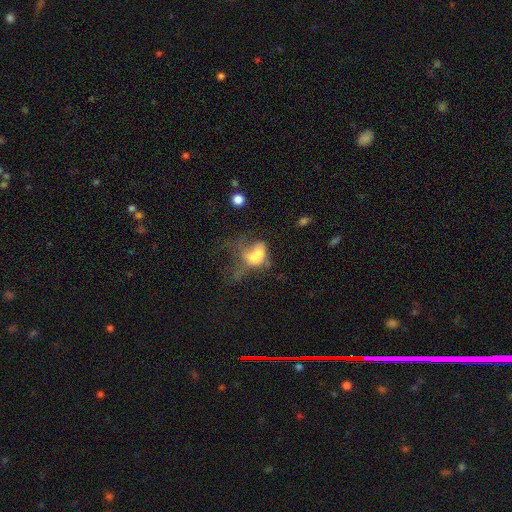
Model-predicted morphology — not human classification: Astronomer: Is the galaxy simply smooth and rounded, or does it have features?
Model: smooth — 48% (runner-up: featured or disk, 39%).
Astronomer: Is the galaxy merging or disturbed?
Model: merger — 53%.